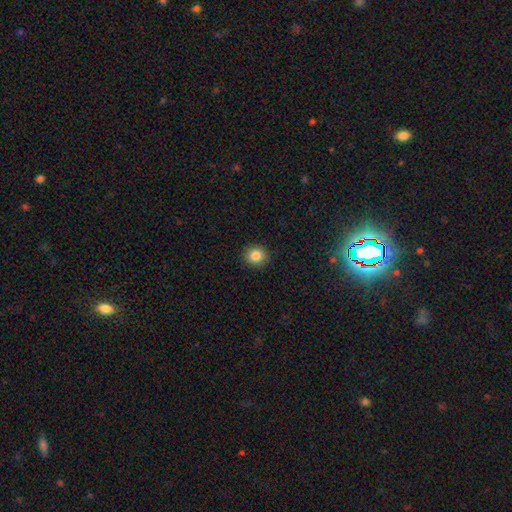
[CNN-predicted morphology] Smooth or featured: smooth — 84% (star or artifact — 11%)
How rounded: round — 87% (in between — 12%)
Merging: none — 92% (minor disturbance — 5%)